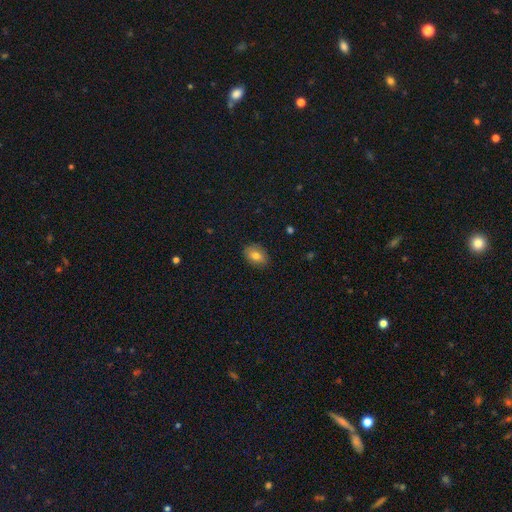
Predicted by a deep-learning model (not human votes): Morphology: type=smooth (76%); roundness=in between (78%); merging=none (85%).